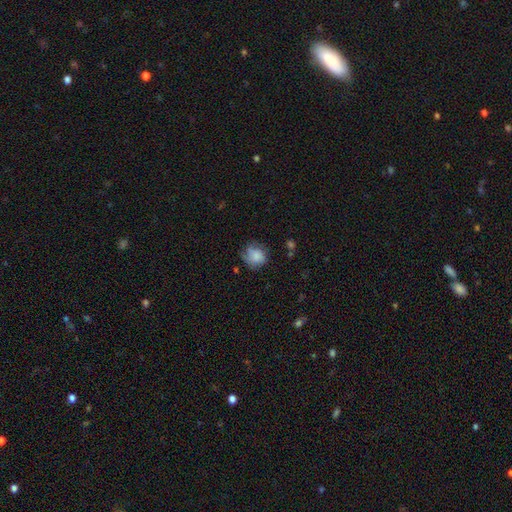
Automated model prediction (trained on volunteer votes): Smooth or featured?
  - smooth: 63% *
  - featured or disk: 28%
  - star or artifact: 9%
How rounded?
  - round: 78% *
  - in between: 21%
  - cigar-shaped: 1%
Merging?
  - none: 58% *
  - minor disturbance: 26%
  - major disturbance: 14%
  - merger: 2%